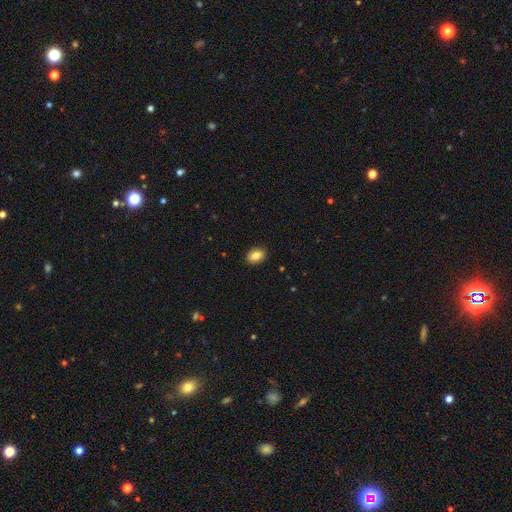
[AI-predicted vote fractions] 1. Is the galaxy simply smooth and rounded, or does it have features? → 84% smooth, 8% star or artifact, 8% featured or disk.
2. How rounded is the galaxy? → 80% in between, 19% round, 1% cigar-shaped.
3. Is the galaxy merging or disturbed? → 90% none, 8% minor disturbance, 2% major disturbance, 1% merger.